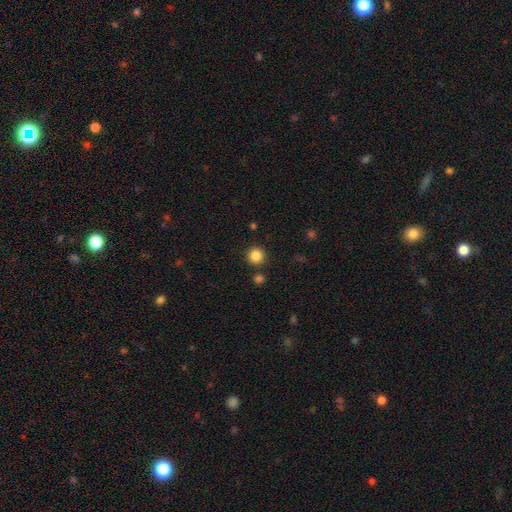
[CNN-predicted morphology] smooth-or-featured: smooth: 85% | star or artifact: 11% | featured or disk: 4%
  how-rounded: round: 94% | in between: 5% | cigar-shaped: 1%
  merging: none: 88% | minor disturbance: 6% | merger: 4% | major disturbance: 2%